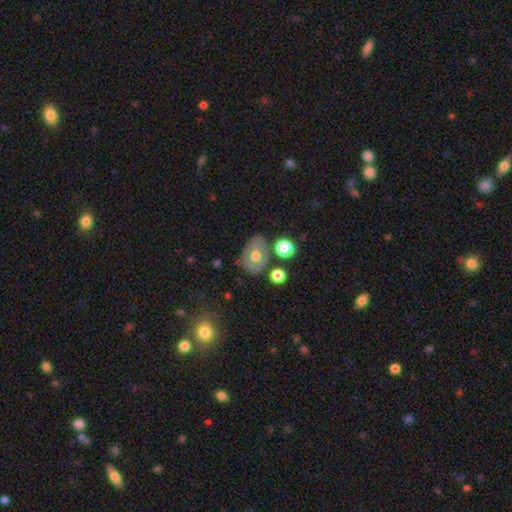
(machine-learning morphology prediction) smooth_or_featured: smooth (p=0.46) [alt: featured or disk p=0.45]
merging: none (p=0.67) [alt: minor disturbance p=0.18]